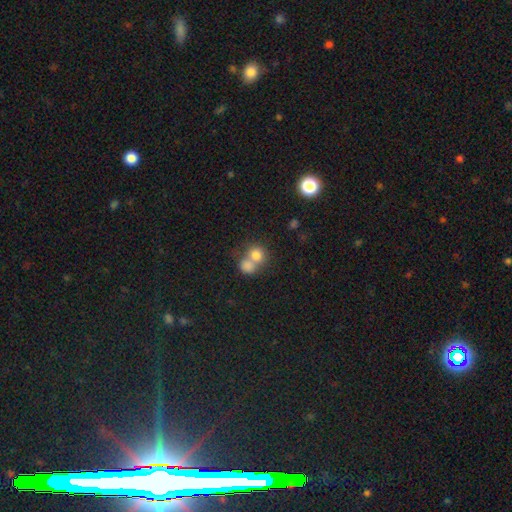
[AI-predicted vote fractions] Smooth or featured? smooth (79%)
How rounded? round (77%)
Merging? merger (60%)